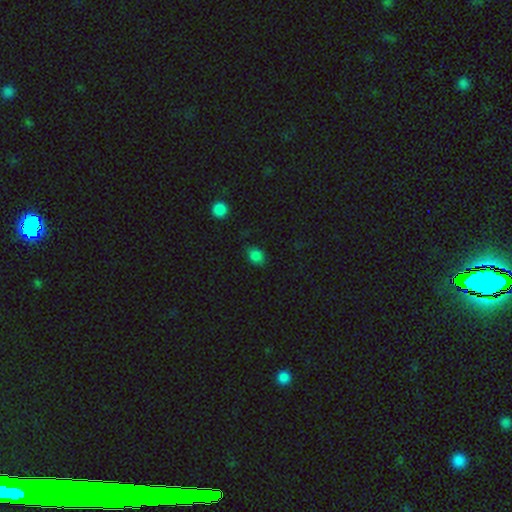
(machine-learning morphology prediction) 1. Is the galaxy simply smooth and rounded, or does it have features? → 82% smooth, 14% star or artifact, 4% featured or disk.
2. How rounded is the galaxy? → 51% in between, 47% round, 1% cigar-shaped.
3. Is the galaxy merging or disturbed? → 77% none, 17% minor disturbance, 4% major disturbance, 2% merger.